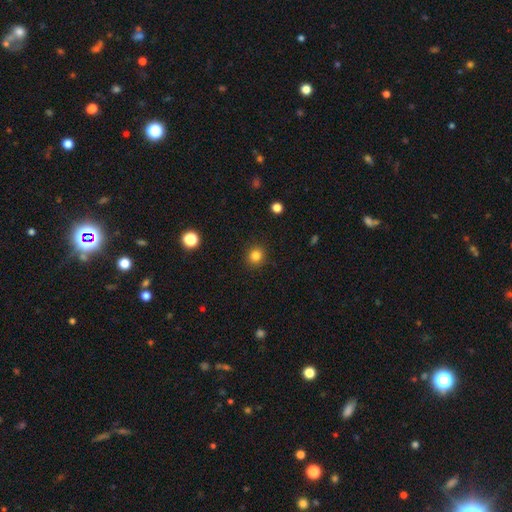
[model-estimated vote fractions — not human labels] Smooth or featured? Predicted: smooth (p=0.83). How rounded? Predicted: round (p=0.90). Merging? Predicted: none (p=0.91).